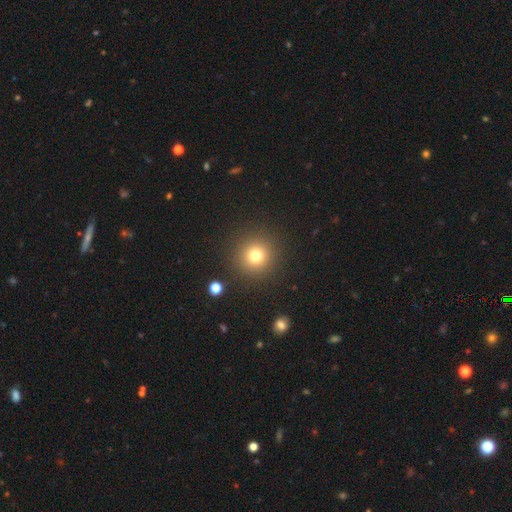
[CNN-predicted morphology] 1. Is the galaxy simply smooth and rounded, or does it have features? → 76% smooth, 16% star or artifact, 8% featured or disk.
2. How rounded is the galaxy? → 94% round, 5% in between, 1% cigar-shaped.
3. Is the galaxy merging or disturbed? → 90% none, 6% minor disturbance, 3% major disturbance, 2% merger.